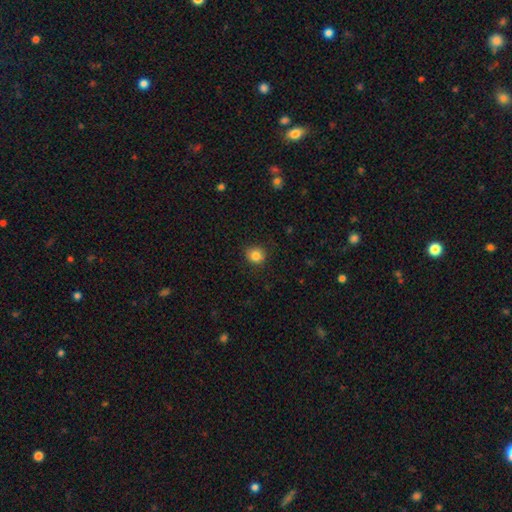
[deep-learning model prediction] This is clearly a smooth galaxy (85%). How rounded: clearly round (86%). Merging: clearly none (85%).